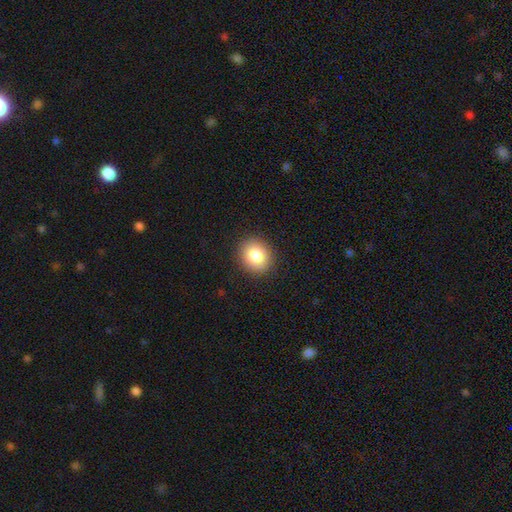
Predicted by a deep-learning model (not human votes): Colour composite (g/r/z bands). It shows a smooth galaxy with no disk features (84%) that is round (71%). Merging: none (90%).